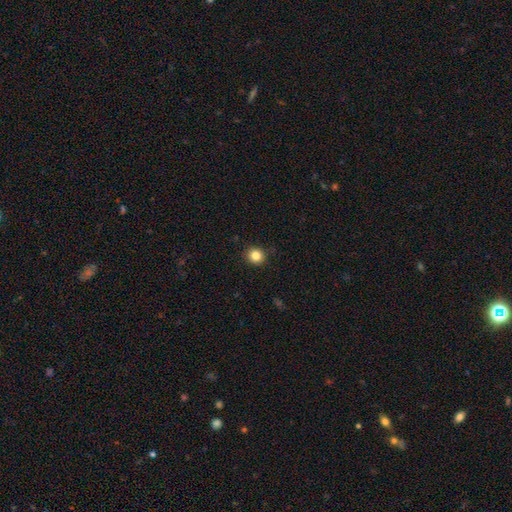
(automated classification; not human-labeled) Smooth or featured?
  - smooth: 84% *
  - star or artifact: 11%
  - featured or disk: 5%
How rounded?
  - round: 89% *
  - in between: 11%
  - cigar-shaped: 1%
Merging?
  - none: 90% *
  - minor disturbance: 7%
  - major disturbance: 2%
  - merger: 1%